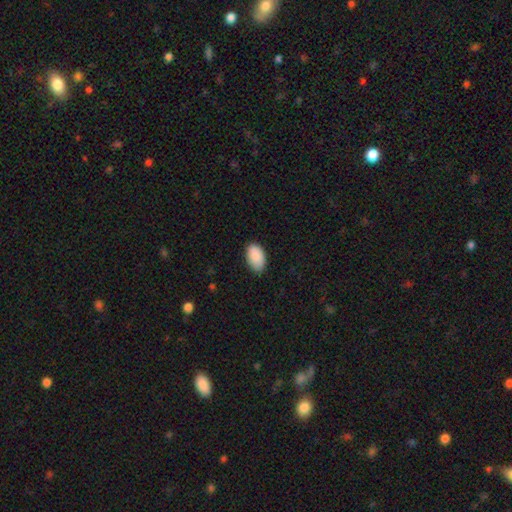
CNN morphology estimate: Overall: smooth (90%). How rounded: in between (95%). Merging: none (81%).